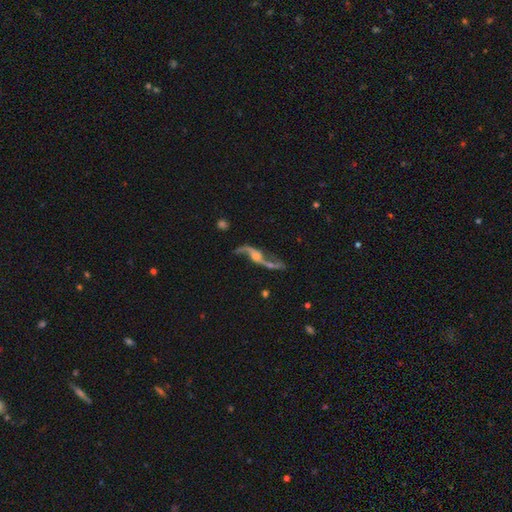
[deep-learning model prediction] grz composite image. It shows a featured or disk galaxy (88%) with no bar (51%), 2 (93%) loose (93%) spiral arms (95%) and a moderate central bulge (34%). Merging: none (66%).